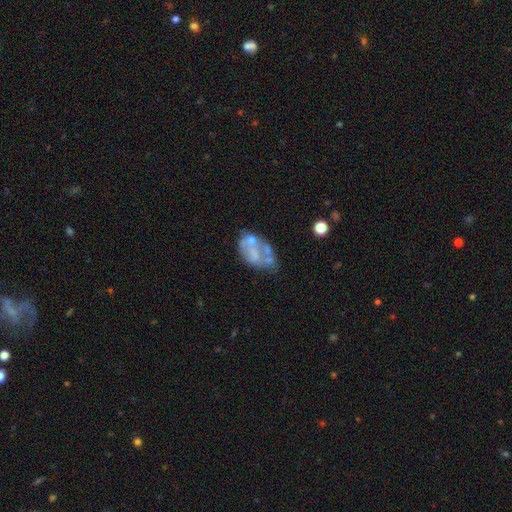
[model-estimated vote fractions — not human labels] A featured or disk galaxy (58%) with no bar (86%), no spiral arms (89%) and no central bulge (57%).

Vote fractions:
- Smooth or featured? featured or disk: 58% / smooth: 31% / star or artifact: 10%
- Edge-on disk? no: 97% / yes: 3%
- Bar? no: 86% / weak: 11% / strong: 3%
- Spiral arms? no: 89% / yes: 11%
- Bulge size? none: 57% / small: 19% / moderate: 19% / large: 3% / dominant: 1%
- Merging? none: 32% / minor disturbance: 23% / merger: 23% / major disturbance: 22%